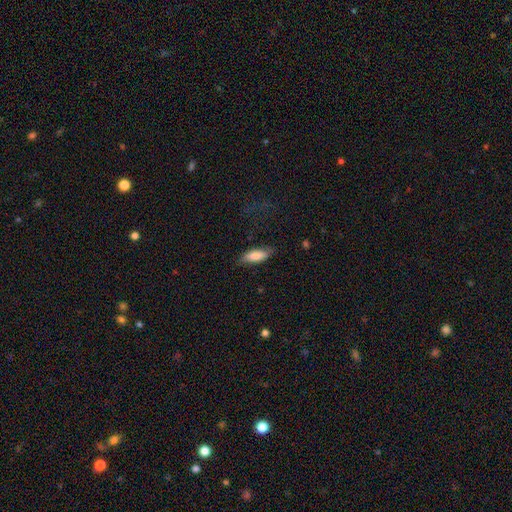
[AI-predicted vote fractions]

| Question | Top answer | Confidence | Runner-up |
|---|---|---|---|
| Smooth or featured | smooth | 80% | featured or disk (14%) |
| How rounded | in between | 67% | cigar-shaped (31%) |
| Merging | none | 74% | minor disturbance (19%) |